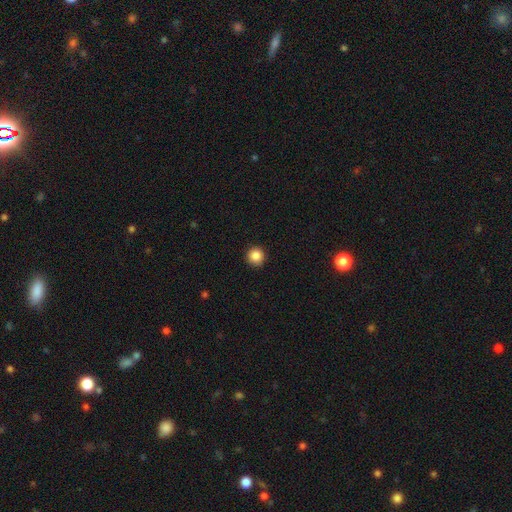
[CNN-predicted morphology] smooth 86%, star or artifact 10%, featured or disk 4%. Down the decision tree: how rounded — round (96%); merging — none (93%).